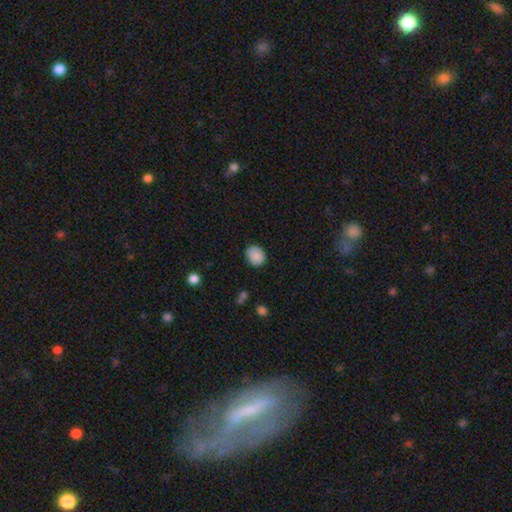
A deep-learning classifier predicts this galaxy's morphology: Overall: smooth (88%). How rounded: round (62%; in between 38%). Merging: none (87%).